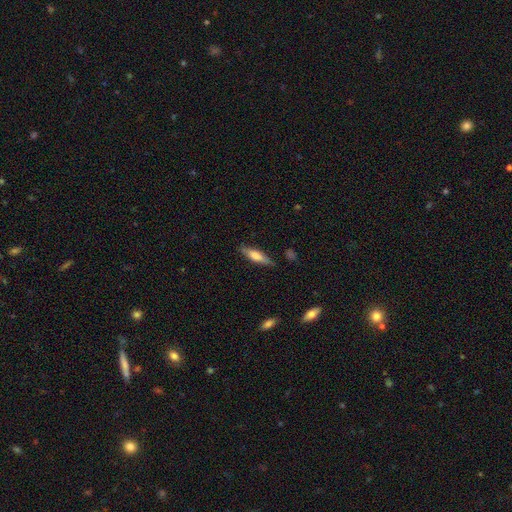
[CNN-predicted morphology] Smooth or featured? smooth (66%)
How rounded? cigar-shaped (63%)
Merging? none (80%)